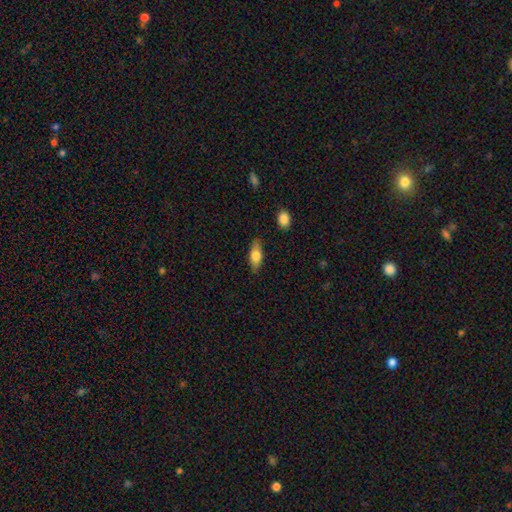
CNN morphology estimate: Smooth or featured?
  - smooth: 69% *
  - featured or disk: 24%
  - star or artifact: 7%
How rounded?
  - in between: 69% *
  - cigar-shaped: 27%
  - round: 3%
Merging?
  - none: 83% *
  - minor disturbance: 12%
  - major disturbance: 3%
  - merger: 2%